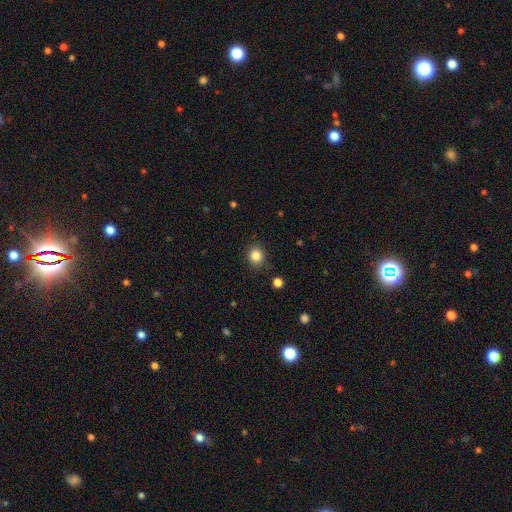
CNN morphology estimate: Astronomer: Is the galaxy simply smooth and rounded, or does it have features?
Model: smooth — 84%.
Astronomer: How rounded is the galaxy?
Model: round — 79%.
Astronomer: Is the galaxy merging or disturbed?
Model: none — 88%.